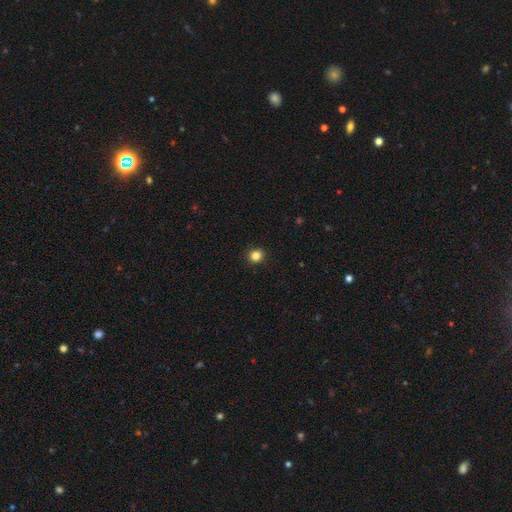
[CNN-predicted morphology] A smooth galaxy with no disk features (84%) that is round (90%).

Vote fractions:
- Smooth or featured? smooth: 84% / star or artifact: 12% / featured or disk: 4%
- How rounded? round: 90% / in between: 9% / cigar-shaped: 1%
- Merging? none: 92% / minor disturbance: 5% / major disturbance: 2% / merger: 1%